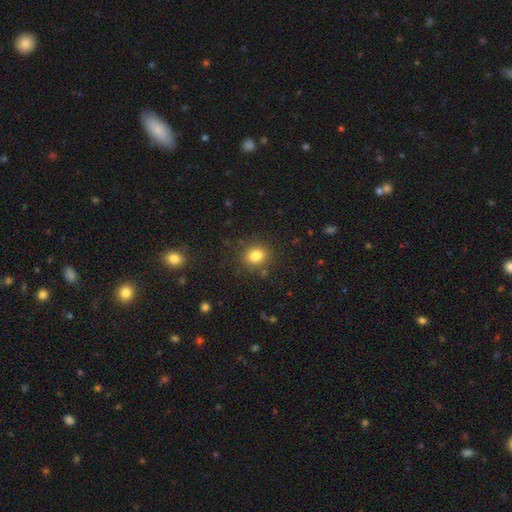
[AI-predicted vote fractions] Smooth or featured?
  - smooth: 82% *
  - star or artifact: 12%
  - featured or disk: 6%
How rounded?
  - round: 66% *
  - in between: 34%
  - cigar-shaped: 1%
Merging?
  - none: 84% *
  - minor disturbance: 10%
  - major disturbance: 4%
  - merger: 2%